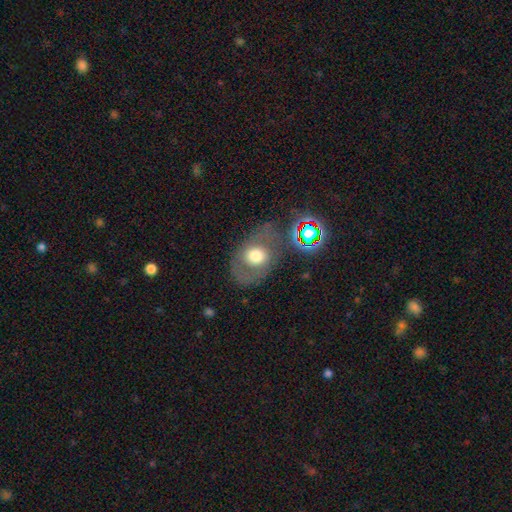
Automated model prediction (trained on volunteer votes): smooth 54%, featured or disk 34%, star or artifact 12%. Down the decision tree: how rounded — in between (58%); merging — none (64%).